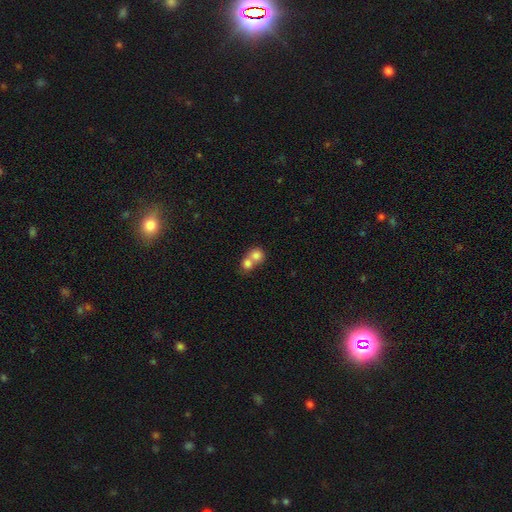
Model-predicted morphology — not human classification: This appears to be a smooth galaxy with no disk features (76%) that is round (80%). Merging: merger (67%).